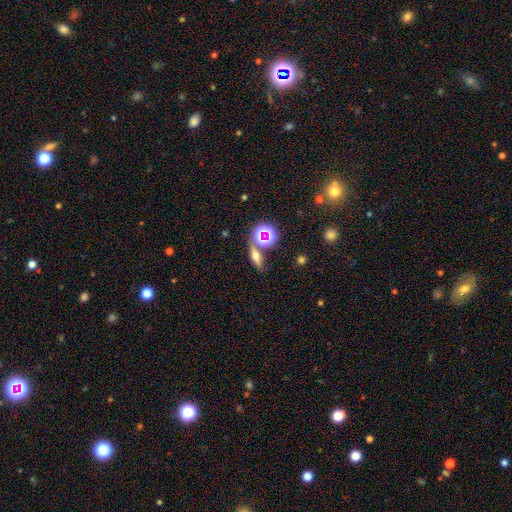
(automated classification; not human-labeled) Morphology: type=smooth (47%); merging=none (71%).